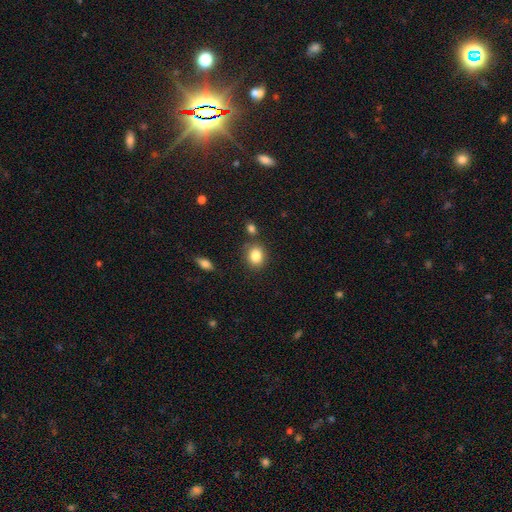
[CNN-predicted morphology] Smooth or featured? smooth (84%)
How rounded? round (58%)
Merging? none (80%)